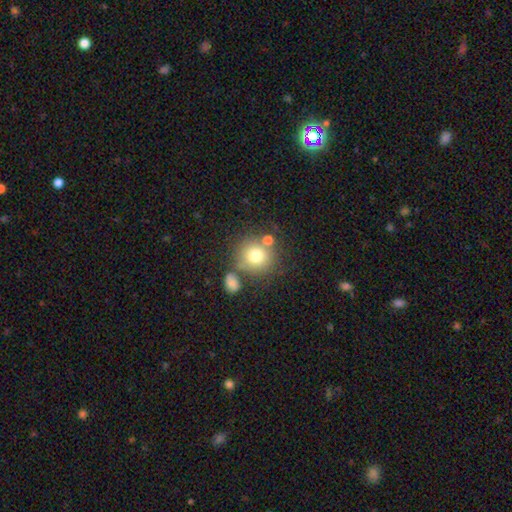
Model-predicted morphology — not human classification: The model was most divided on "merging": none: 67%, merger: 17%, minor disturbance: 12%, major disturbance: 5%. More confident: how rounded — round (90%); smooth or featured — smooth (75%).